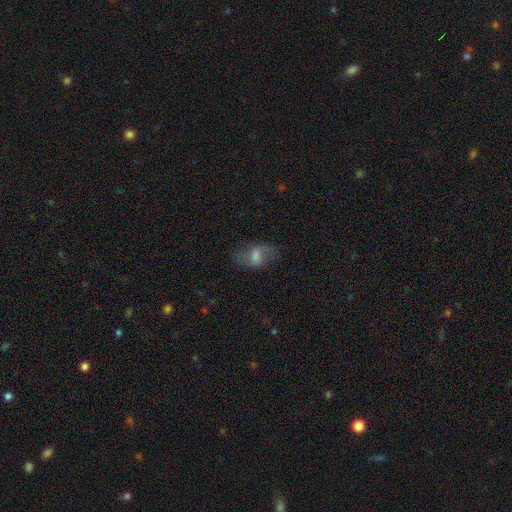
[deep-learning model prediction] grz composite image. It shows a smooth galaxy with no disk features (47%). Merging: none (69%).